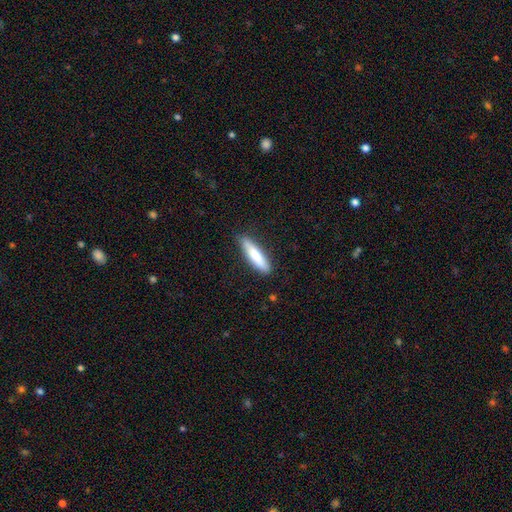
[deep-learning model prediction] Morphology: type=smooth (75%); roundness=cigar-shaped (79%); merging=none (86%).